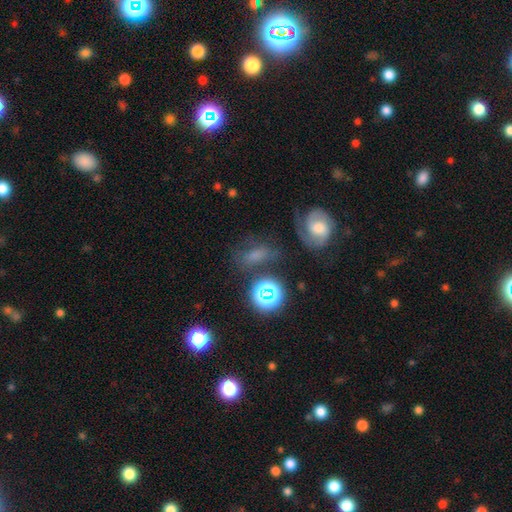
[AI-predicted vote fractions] A smooth galaxy with no disk features (49%).

Vote fractions:
- Smooth or featured? smooth: 49% / featured or disk: 29% / star or artifact: 22%
- Merging? none: 56% / minor disturbance: 20% / major disturbance: 14% / merger: 9%